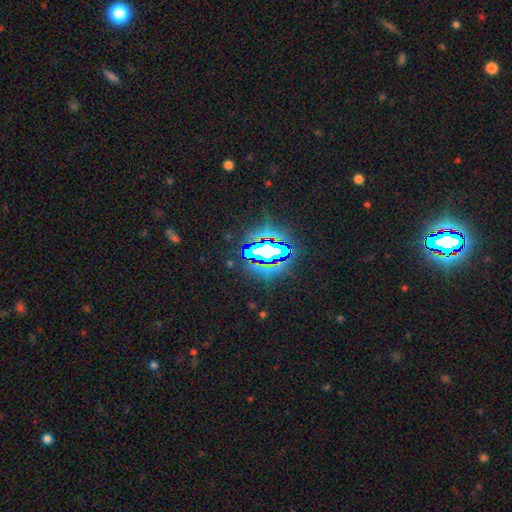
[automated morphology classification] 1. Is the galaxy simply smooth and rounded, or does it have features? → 75% star or artifact, 13% smooth, 12% featured or disk.